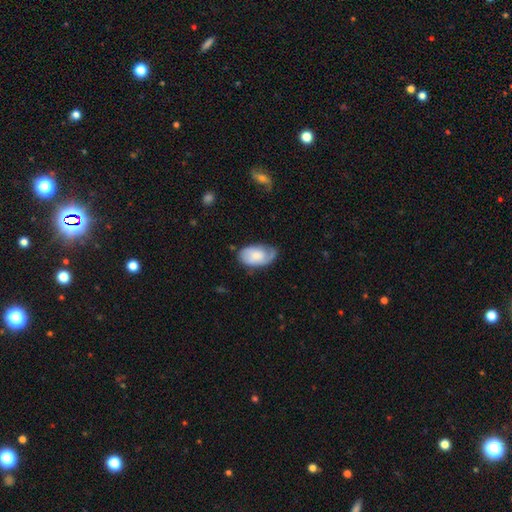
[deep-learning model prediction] Smooth or featured?
  - smooth: 51% *
  - featured or disk: 43%
  - star or artifact: 6%
How rounded?
  - in between: 93% *
  - round: 6%
  - cigar-shaped: 1%
Merging?
  - none: 56% *
  - minor disturbance: 31%
  - major disturbance: 11%
  - merger: 2%